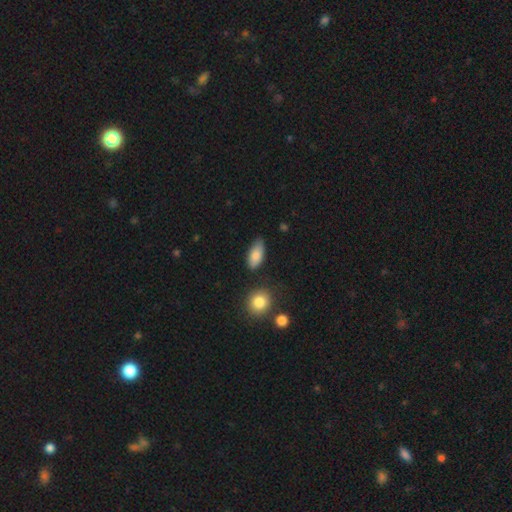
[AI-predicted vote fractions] Smooth or featured? Predicted: smooth (p=0.82). How rounded? Predicted: in between (p=0.89). Merging? Predicted: none (p=0.73).